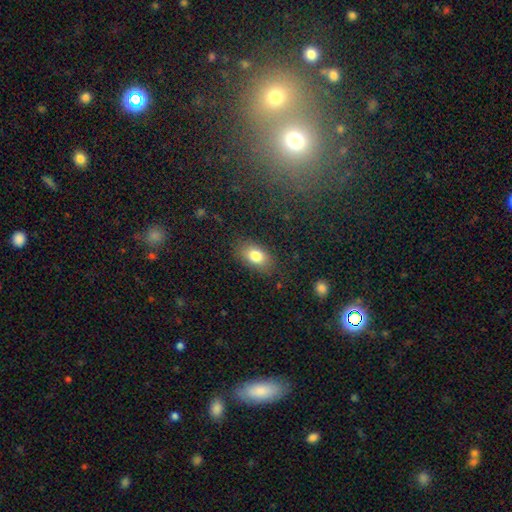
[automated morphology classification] Smooth or featured? smooth (80%)
How rounded? in between (87%)
Merging? none (81%)